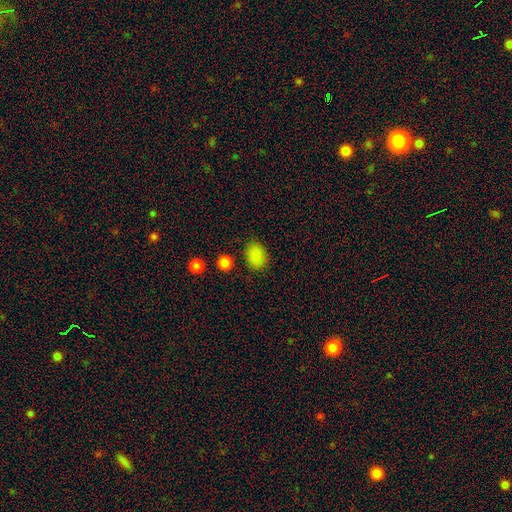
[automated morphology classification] Q: Smooth or featured?
A: smooth (86%); runner-up: star or artifact (10%)
Q: How rounded?
A: in between (75%); runner-up: round (24%)
Q: Merging?
A: none (82%); runner-up: minor disturbance (11%)